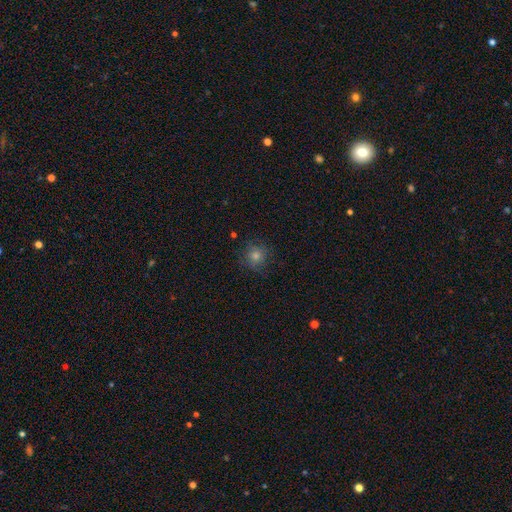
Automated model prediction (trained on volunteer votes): Smooth or featured: smooth — 62% (star or artifact — 23%)
How rounded: round — 92% (in between — 7%)
Merging: none — 82% (minor disturbance — 12%)